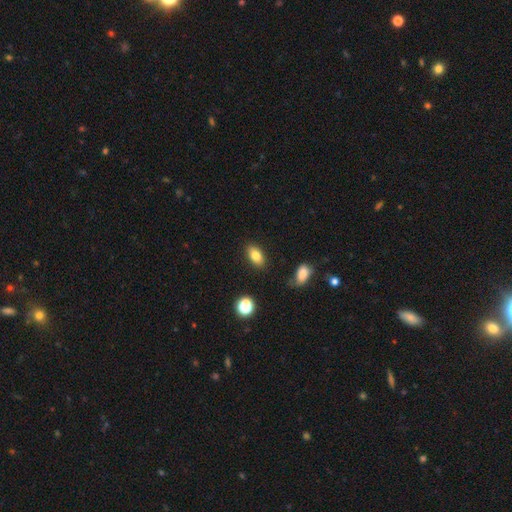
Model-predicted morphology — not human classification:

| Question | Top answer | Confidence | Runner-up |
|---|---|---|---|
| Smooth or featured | smooth | 81% | featured or disk (10%) |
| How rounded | in between | 89% | round (8%) |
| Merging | none | 85% | minor disturbance (10%) |